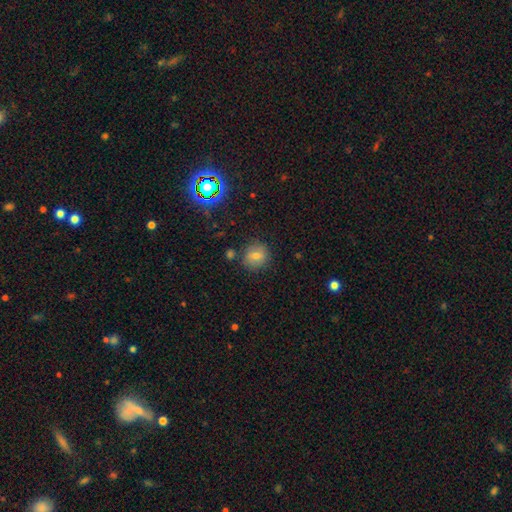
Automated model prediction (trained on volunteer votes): smooth_or_featured: smooth (p=0.72) [alt: featured or disk p=0.14]
how_rounded: round (p=0.83) [alt: in between p=0.16]
merging: none (p=0.83) [alt: minor disturbance p=0.10]